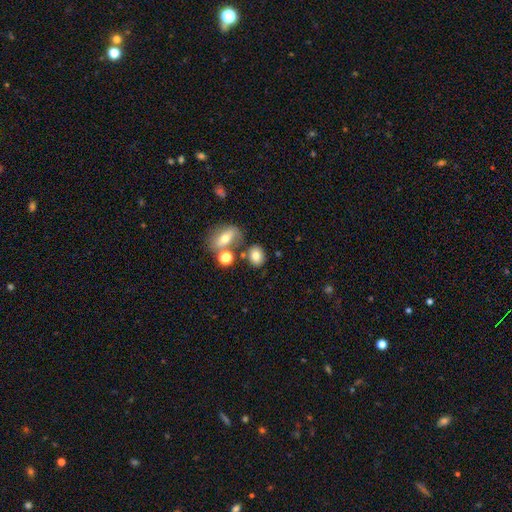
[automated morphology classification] smooth 76%, featured or disk 12%, star or artifact 12%. Down the decision tree: how rounded — in between (56%); merging — none (67%).